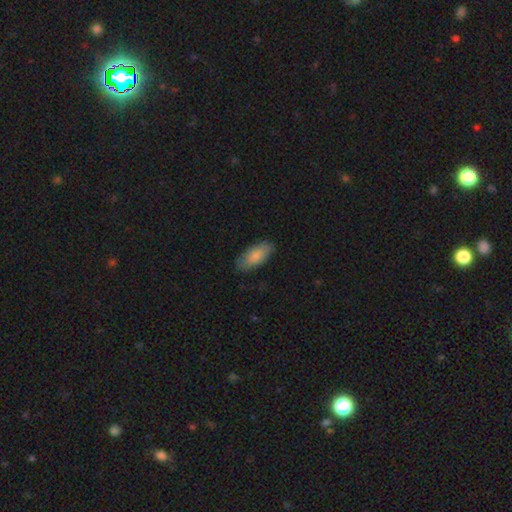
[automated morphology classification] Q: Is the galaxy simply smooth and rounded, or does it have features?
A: smooth — 85%.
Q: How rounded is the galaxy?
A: in between — 88%.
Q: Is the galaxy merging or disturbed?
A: none — 82%.